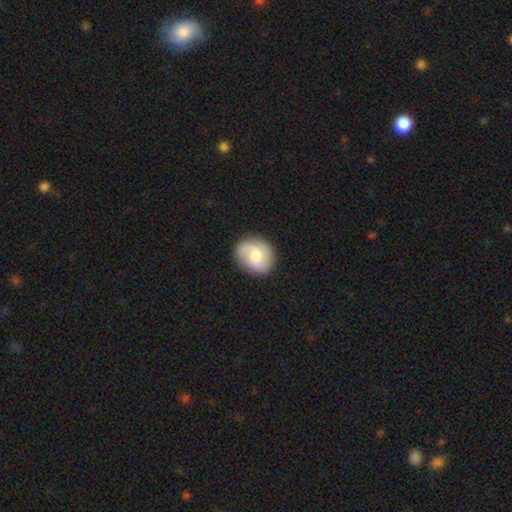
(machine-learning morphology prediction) Overall: smooth (48%; featured or disk 46%). Merging: none (81%).